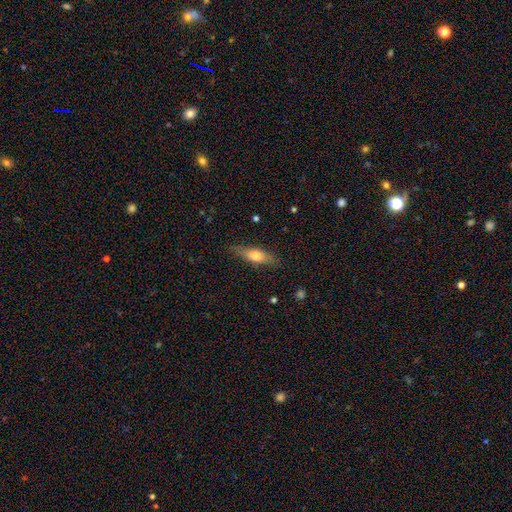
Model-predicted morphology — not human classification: Smooth or featured: smooth — 63% (featured or disk — 31%)
How rounded: cigar-shaped — 49% (in between — 48%)
Merging: none — 82% (minor disturbance — 14%)